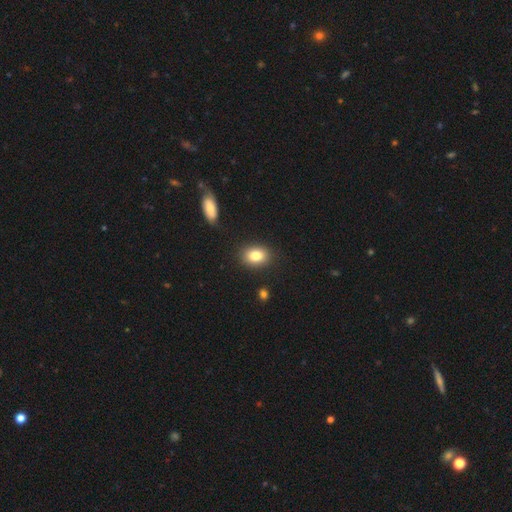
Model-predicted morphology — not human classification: A smooth galaxy with no disk features (83%) that is in between round and cigar-shaped (68%).

Vote fractions:
- Smooth or featured? smooth: 83% / star or artifact: 9% / featured or disk: 8%
- How rounded? in between: 68% / round: 31% / cigar-shaped: 1%
- Merging? none: 87% / minor disturbance: 9% / major disturbance: 2% / merger: 2%